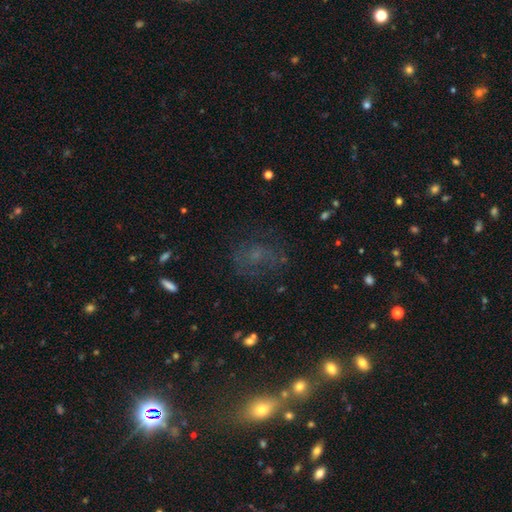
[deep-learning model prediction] A smooth galaxy with no disk features (38%).

Vote fractions:
- Smooth or featured? smooth: 38% / star or artifact: 35% / featured or disk: 27%
- Merging? none: 59% / minor disturbance: 19% / major disturbance: 18% / merger: 3%